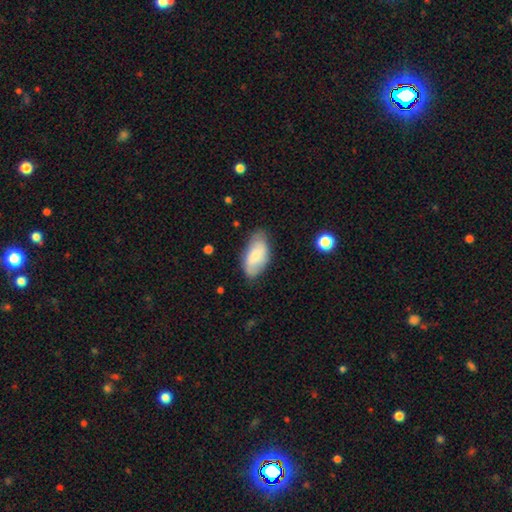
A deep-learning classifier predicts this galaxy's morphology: The model was most divided on "merging": none: 70%, minor disturbance: 23%, major disturbance: 5%, merger: 2%. More confident: how rounded — in between (94%); smooth or featured — smooth (72%).